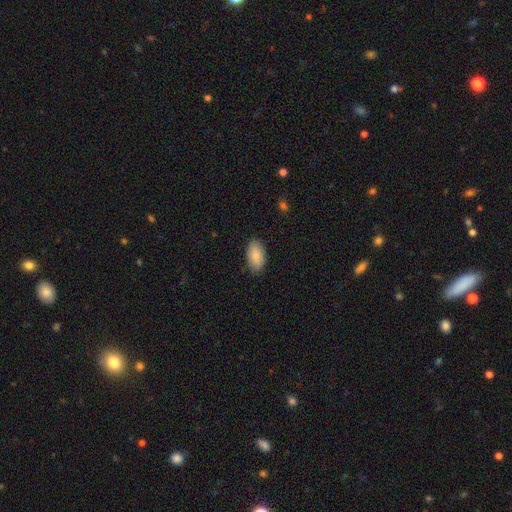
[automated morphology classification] Overall: smooth (88%). How rounded: in between (95%). Merging: none (86%).